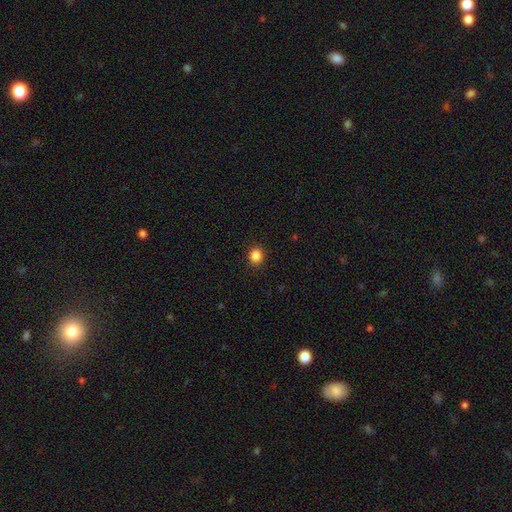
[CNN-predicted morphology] smooth 86%, star or artifact 11%, featured or disk 3%. Down the decision tree: how rounded — round (80%); merging — none (91%).